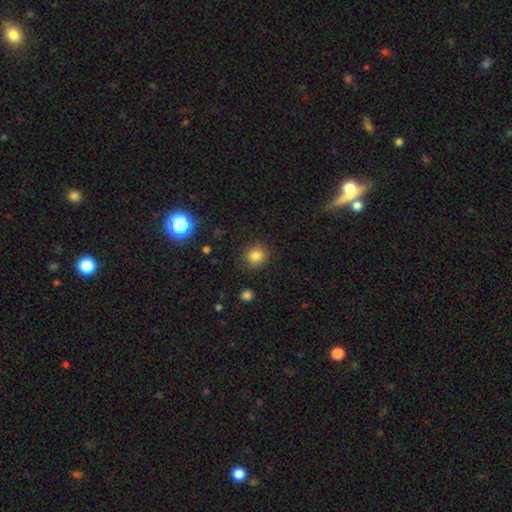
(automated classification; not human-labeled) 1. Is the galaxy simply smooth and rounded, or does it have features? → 82% smooth, 13% star or artifact, 5% featured or disk.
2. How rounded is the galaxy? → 87% round, 12% in between, 1% cigar-shaped.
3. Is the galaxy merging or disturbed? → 89% none, 7% minor disturbance, 3% major disturbance, 1% merger.